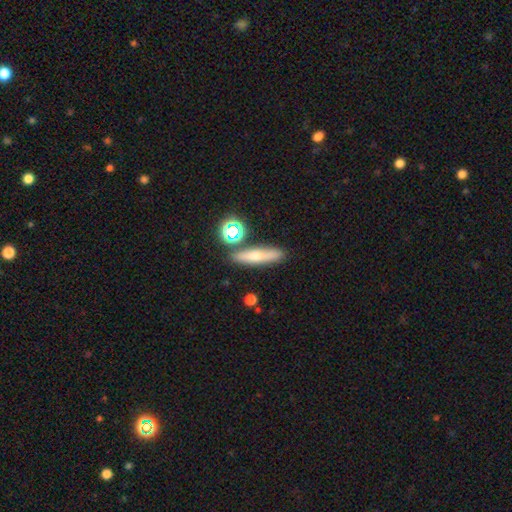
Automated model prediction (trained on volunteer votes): This appears to be a smooth galaxy with no disk features (51%) that is cigar-shaped (67%). Merging: none (80%).